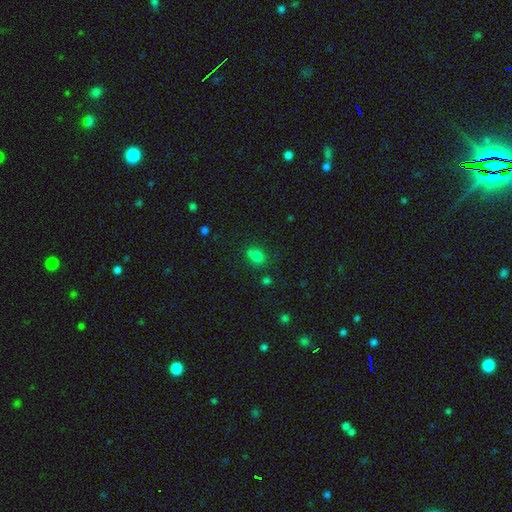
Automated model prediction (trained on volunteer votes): Q: Smooth or featured?
A: smooth (75%); runner-up: star or artifact (17%)
Q: How rounded?
A: round (56%); runner-up: in between (42%)
Q: Merging?
A: none (53%); runner-up: merger (21%)